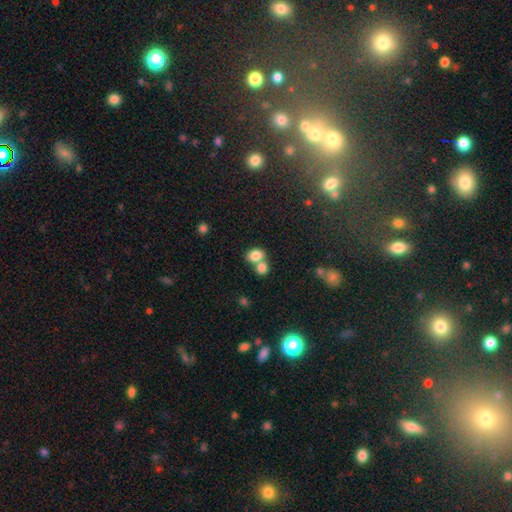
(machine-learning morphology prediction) This appears to be a smooth galaxy with no disk features (81%) that is in between round and cigar-shaped (65%). Merging: merger (50%).